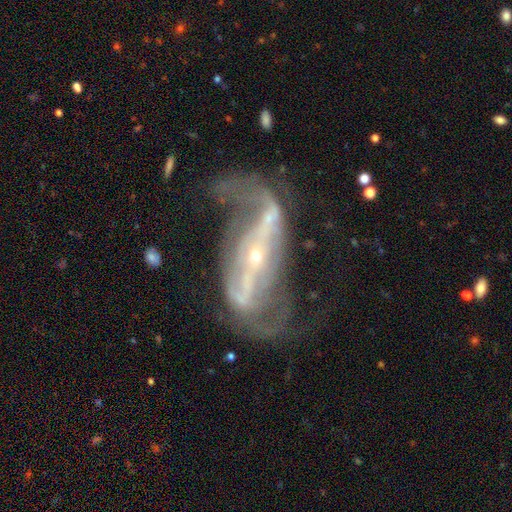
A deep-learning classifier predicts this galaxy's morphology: This appears to be a featured or disk galaxy (87%) with a strong bar (62%), 2 (84%) loose (59%) spiral arms (87%) and a small central bulge (80%). Merging: none (45%).